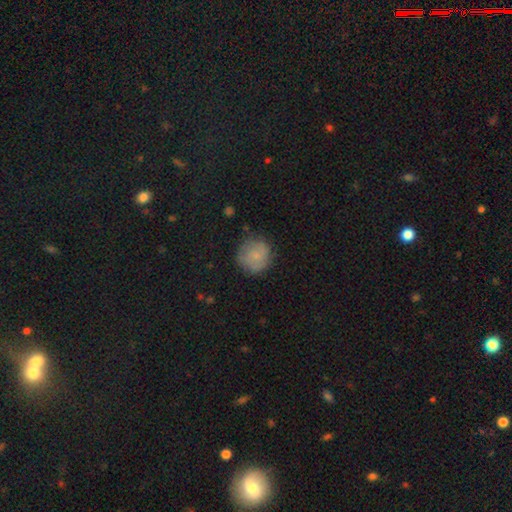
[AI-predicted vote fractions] Q: Smooth or featured?
A: smooth (69%); runner-up: featured or disk (23%)
Q: How rounded?
A: round (91%); runner-up: in between (8%)
Q: Merging?
A: none (74%); runner-up: minor disturbance (19%)